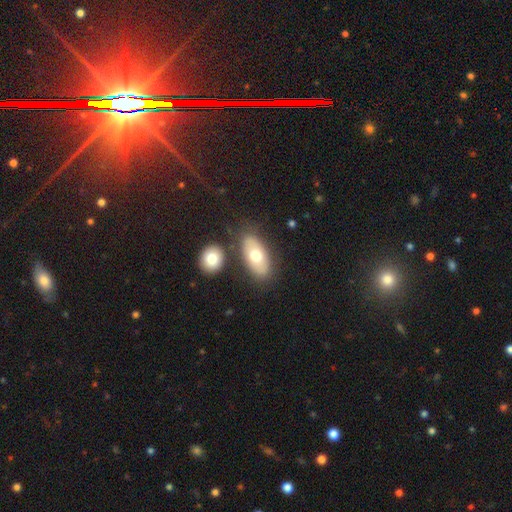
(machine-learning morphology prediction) smooth_or_featured: smooth (p=0.68) [alt: featured or disk p=0.26]
how_rounded: in between (p=0.91) [alt: round p=0.05]
merging: none (p=0.73) [alt: minor disturbance p=0.12]